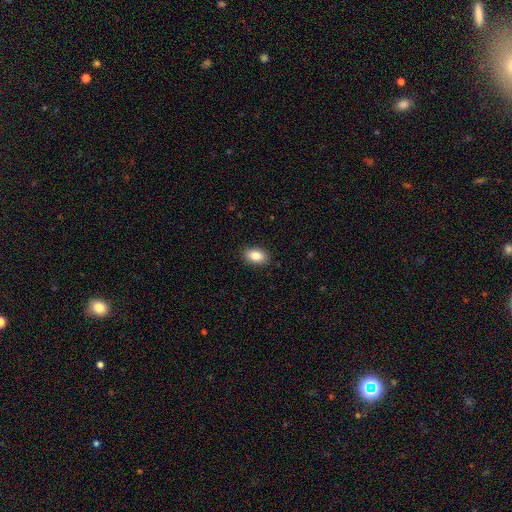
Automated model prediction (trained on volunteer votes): Smooth or featured?
  - smooth: 86% *
  - star or artifact: 8%
  - featured or disk: 6%
How rounded?
  - in between: 91% *
  - round: 8%
  - cigar-shaped: 2%
Merging?
  - none: 89% *
  - minor disturbance: 8%
  - major disturbance: 2%
  - merger: 1%